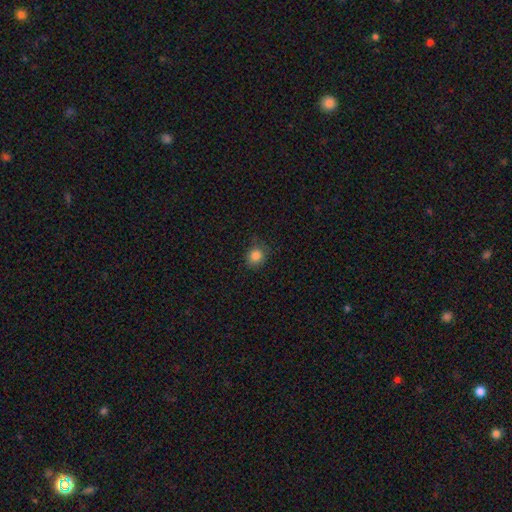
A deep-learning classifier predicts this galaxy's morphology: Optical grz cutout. It shows a smooth galaxy with no disk features (84%) that is round (78%). Merging: none (76%).